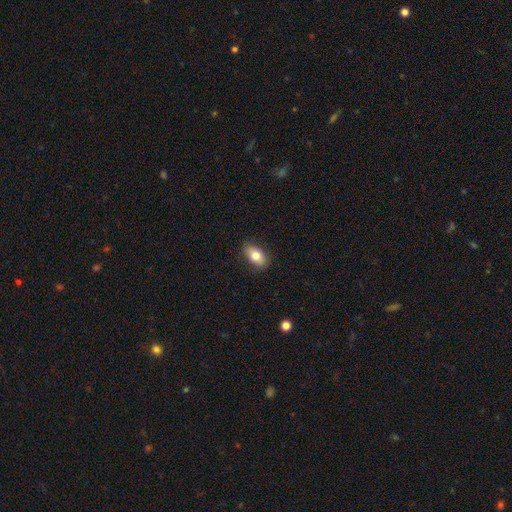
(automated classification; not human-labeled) Overall: smooth (80%). How rounded: in between (89%). Merging: none (86%).